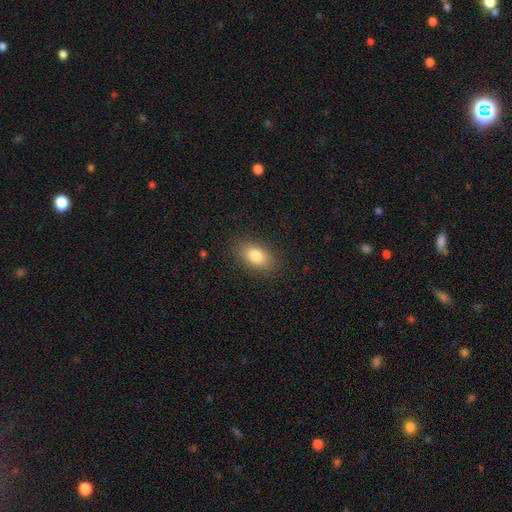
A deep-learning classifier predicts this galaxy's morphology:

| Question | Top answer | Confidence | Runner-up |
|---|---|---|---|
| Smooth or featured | smooth | 82% | featured or disk (10%) |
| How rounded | in between | 88% | round (9%) |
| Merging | none | 86% | minor disturbance (10%) |